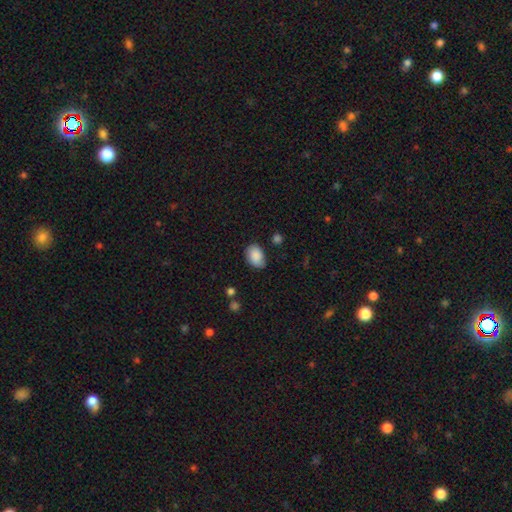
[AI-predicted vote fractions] smooth-or-featured: smooth: 87% | star or artifact: 7% | featured or disk: 6%
  how-rounded: in between: 80% | round: 19% | cigar-shaped: 1%
  merging: none: 70% | minor disturbance: 23% | major disturbance: 5% | merger: 2%